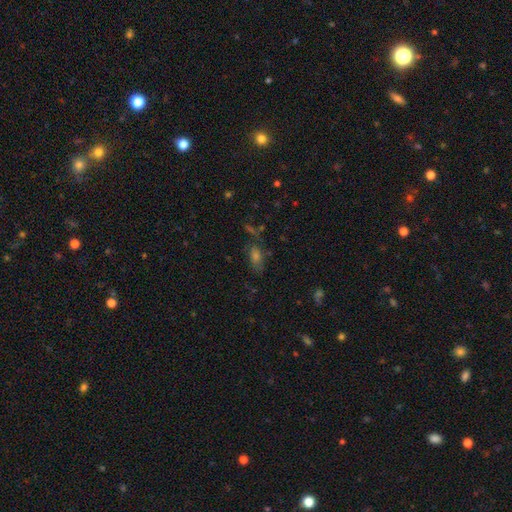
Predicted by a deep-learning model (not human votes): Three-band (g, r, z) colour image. It shows a smooth galaxy with no disk features (42%). Merging: none (61%).